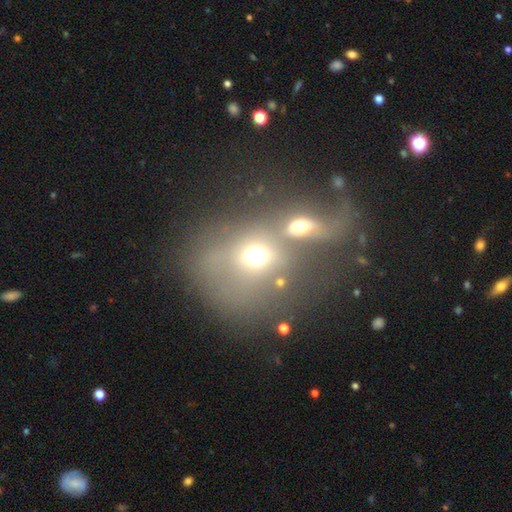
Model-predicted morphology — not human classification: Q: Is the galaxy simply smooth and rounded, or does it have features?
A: smooth — 61%.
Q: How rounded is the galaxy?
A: round — 56%.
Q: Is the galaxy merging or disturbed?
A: merger — 59%.